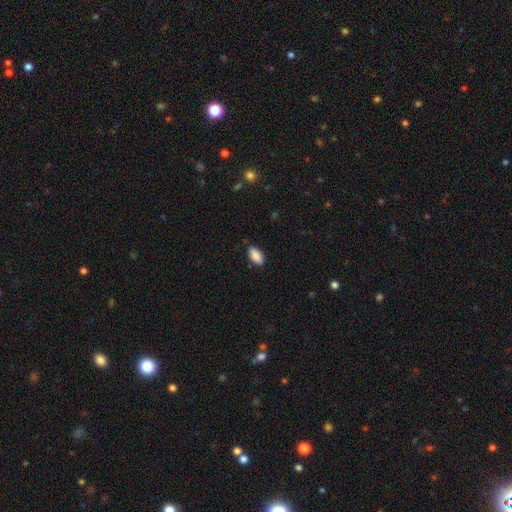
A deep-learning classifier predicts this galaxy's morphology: A smooth galaxy with no disk features (89%) that is in between round and cigar-shaped (91%).

Vote fractions:
- Smooth or featured? smooth: 89% / star or artifact: 7% / featured or disk: 5%
- How rounded? in between: 91% / cigar-shaped: 6% / round: 3%
- Merging? none: 84% / minor disturbance: 13% / major disturbance: 2% / merger: 1%